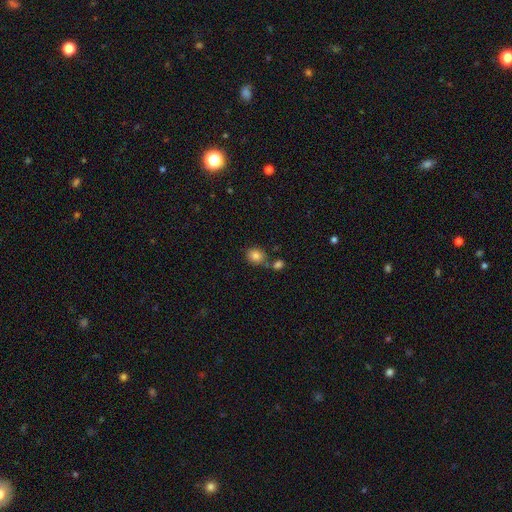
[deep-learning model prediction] Smooth or featured? Predicted: smooth (p=0.84). How rounded? Predicted: round (p=0.74). Merging? Predicted: none (p=0.69).